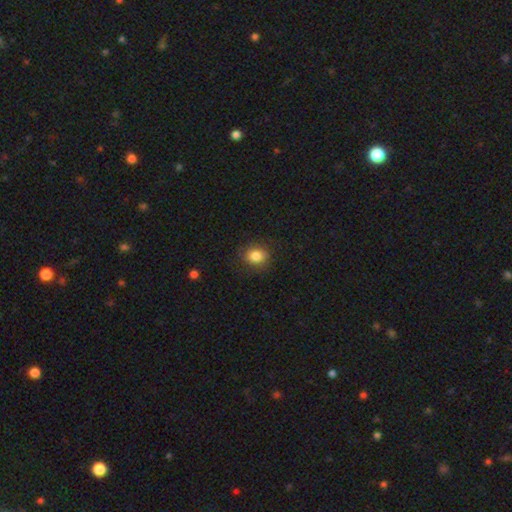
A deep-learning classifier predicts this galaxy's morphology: This appears to be a smooth galaxy with no disk features (83%) that is round (67%). Merging: none (83%).